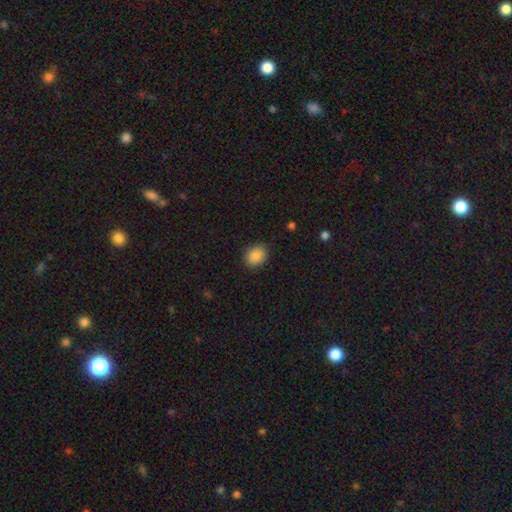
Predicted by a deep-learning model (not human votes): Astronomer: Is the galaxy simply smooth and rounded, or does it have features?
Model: smooth — 88%.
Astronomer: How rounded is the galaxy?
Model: round — 53% (runner-up: in between, 47%).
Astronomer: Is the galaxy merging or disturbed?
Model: none — 87%.